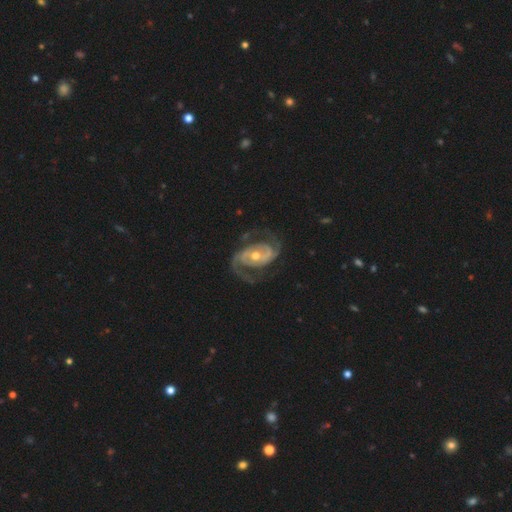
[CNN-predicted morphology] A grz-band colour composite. It shows a featured or disk galaxy (92%) with no bar (50%), 2 (86%) medium (49%) spiral arms (97%) and a moderate central bulge (74%). Merging: none (73%).